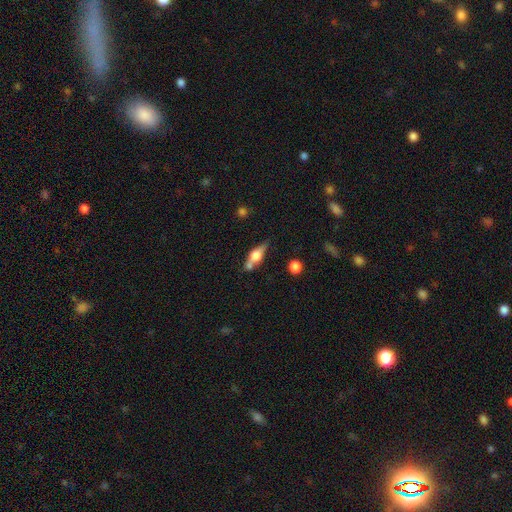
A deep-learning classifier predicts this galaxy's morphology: Smooth or featured? Predicted: featured or disk (p=0.48). Merging? Predicted: none (p=0.56).